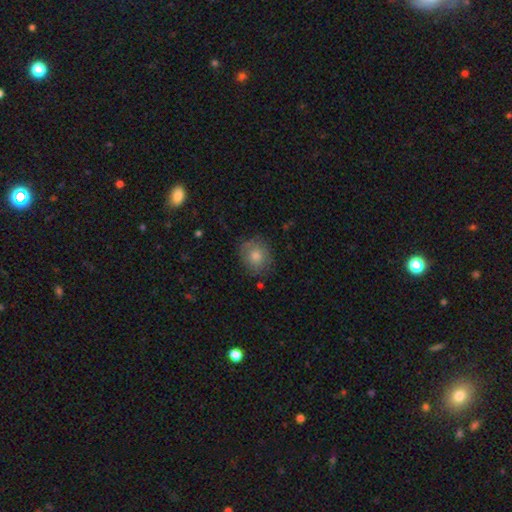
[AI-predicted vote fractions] Smooth or featured: smooth — 72% (featured or disk — 17%)
How rounded: round — 74% (in between — 25%)
Merging: none — 79% (minor disturbance — 16%)